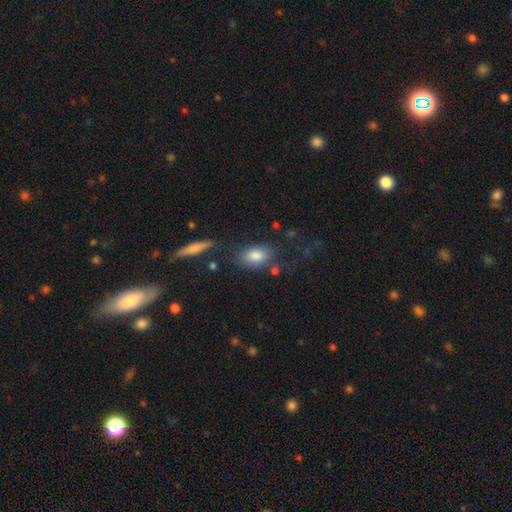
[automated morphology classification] The model was most divided on "merging": none: 70%, minor disturbance: 17%, merger: 7%, major disturbance: 6%. More confident: how rounded — in between (85%); smooth or featured — smooth (83%).